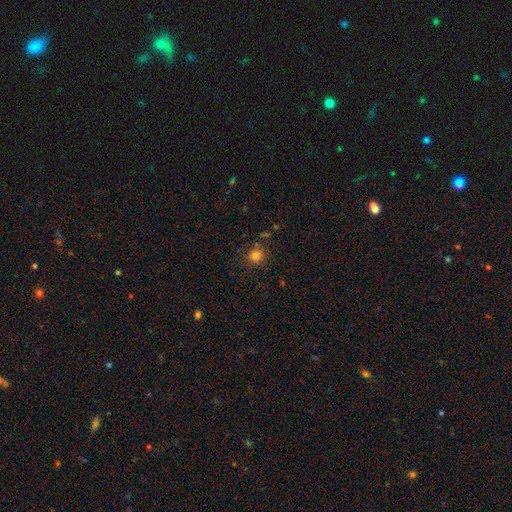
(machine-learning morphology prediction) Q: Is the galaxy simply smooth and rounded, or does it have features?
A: smooth — 80%.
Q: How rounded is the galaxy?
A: round — 87%.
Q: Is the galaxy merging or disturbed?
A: none — 84%.